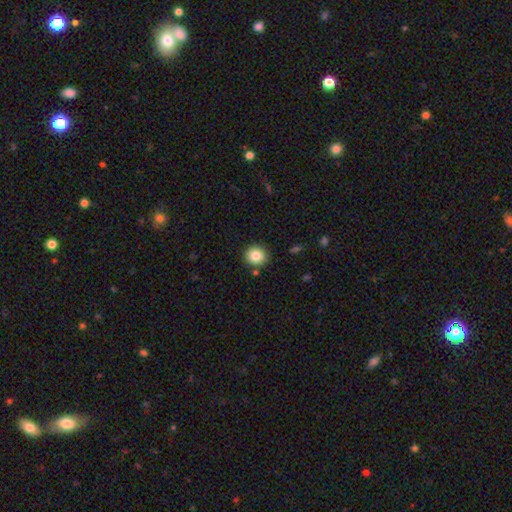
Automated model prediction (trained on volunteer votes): A smooth galaxy with no disk features (85%) that is round (90%). Merging: none (87%).